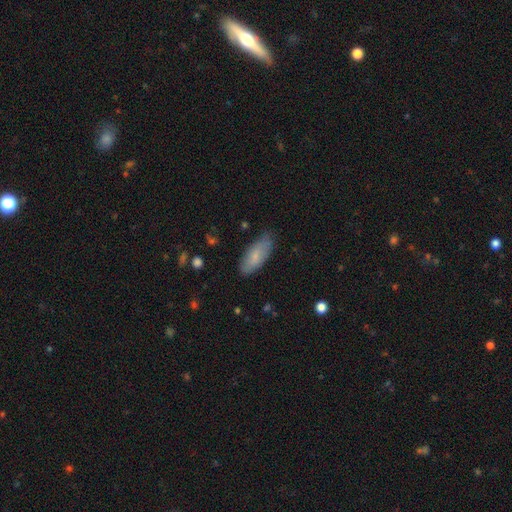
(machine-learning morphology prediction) Overall: smooth (77%). How rounded: in between (77%). Merging: none (78%).